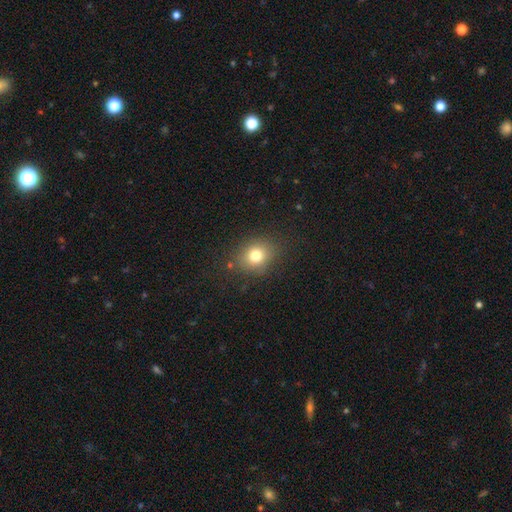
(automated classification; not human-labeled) Smooth or featured?
  - smooth: 77% *
  - star or artifact: 13%
  - featured or disk: 10%
How rounded?
  - round: 66% *
  - in between: 34%
  - cigar-shaped: 1%
Merging?
  - none: 82% *
  - minor disturbance: 11%
  - major disturbance: 4%
  - merger: 2%